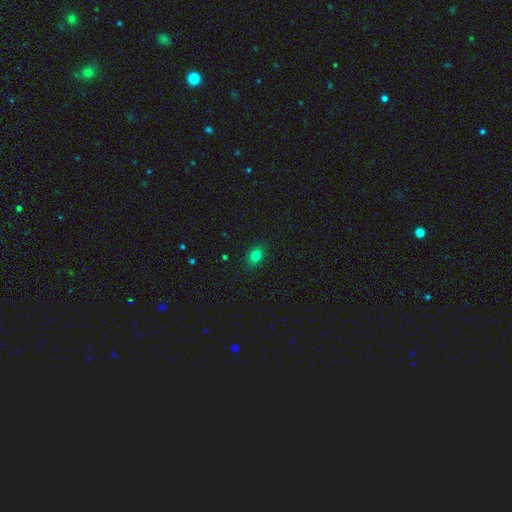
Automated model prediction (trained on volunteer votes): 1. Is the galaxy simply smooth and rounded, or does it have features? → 80% smooth, 14% star or artifact, 7% featured or disk.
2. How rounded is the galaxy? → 67% in between, 32% round, 2% cigar-shaped.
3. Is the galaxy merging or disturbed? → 86% none, 11% minor disturbance, 2% major disturbance, 1% merger.